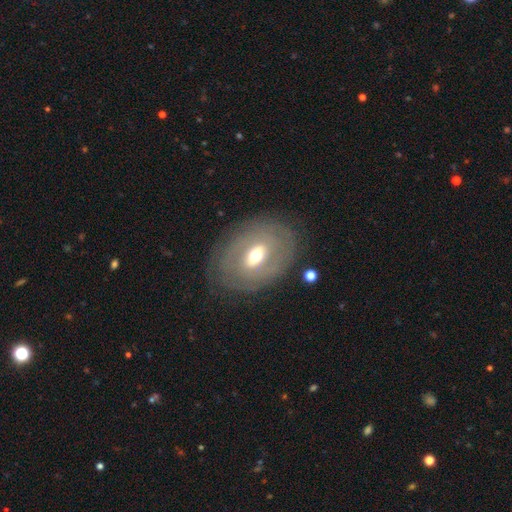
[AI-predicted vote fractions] A featured or disk galaxy (61%) with a weak bar (41%), no spiral arms (68%) and a moderate central bulge (64%). Merging: none (78%).